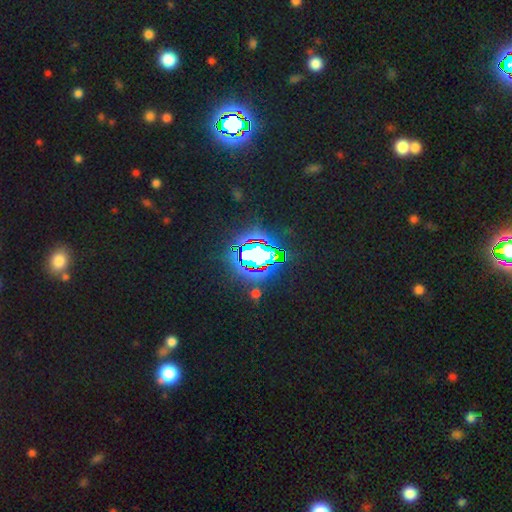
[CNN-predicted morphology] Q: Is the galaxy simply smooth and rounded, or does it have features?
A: star or artifact — 75%.